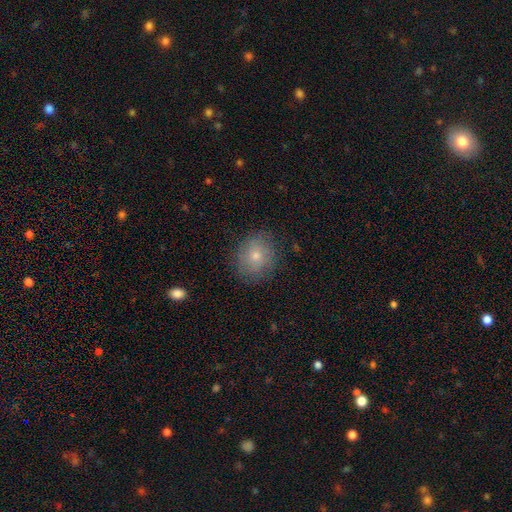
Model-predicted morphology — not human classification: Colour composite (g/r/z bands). It shows a smooth galaxy with no disk features (65%) that is round (71%). Merging: none (82%).